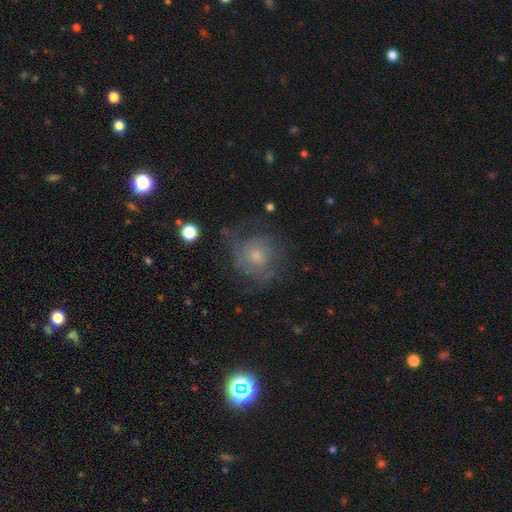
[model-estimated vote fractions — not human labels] featured or disk 55%, smooth 34%, star or artifact 11%. Down the decision tree: edge-on disk — no (97%); bar — no (80%); spiral arms — yes (75%); bulge size — small (55%); merging — none (56%).